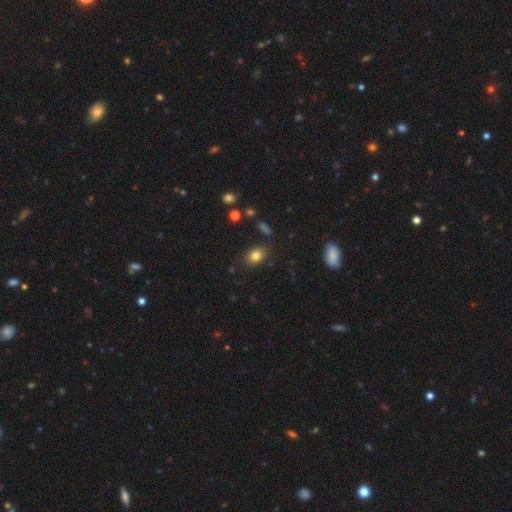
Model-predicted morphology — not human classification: This appears to be a smooth galaxy with no disk features (80%) that is in between round and cigar-shaped (72%). Merging: none (81%).